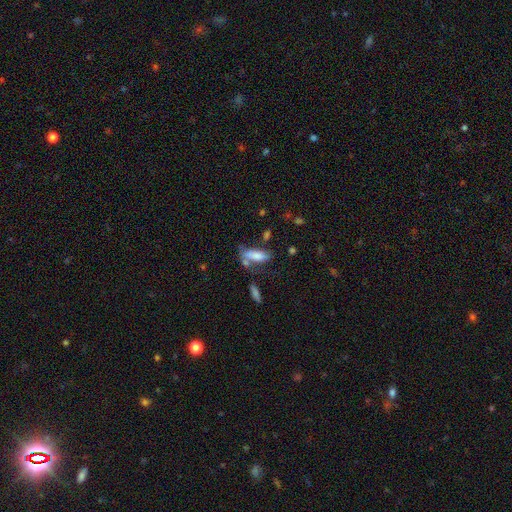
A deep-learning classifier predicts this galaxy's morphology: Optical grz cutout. It shows a smooth galaxy with no disk features (75%) that is in between round and cigar-shaped (64%). Merging: none (45%).